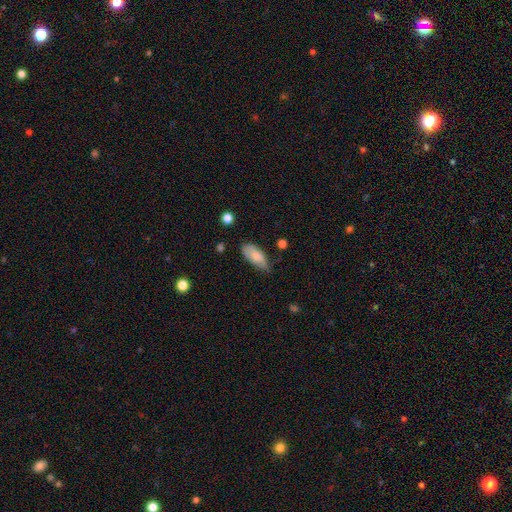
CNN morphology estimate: Smooth or featured? smooth (76%)
How rounded? in between (89%)
Merging? none (56%)